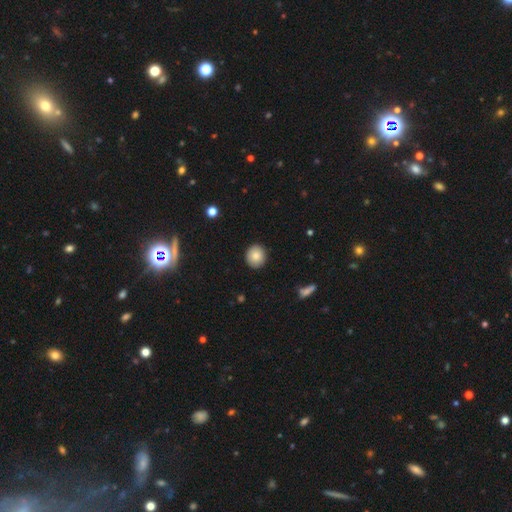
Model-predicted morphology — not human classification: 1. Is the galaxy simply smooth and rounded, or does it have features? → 85% smooth, 8% star or artifact, 7% featured or disk.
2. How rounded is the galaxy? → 83% round, 16% in between, 1% cigar-shaped.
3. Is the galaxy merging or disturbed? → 90% none, 7% minor disturbance, 2% major disturbance, 1% merger.